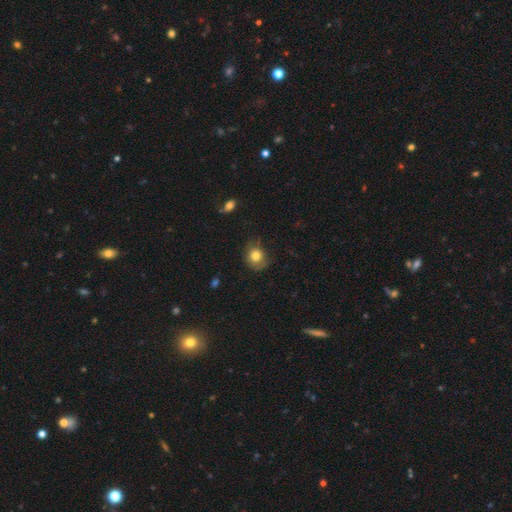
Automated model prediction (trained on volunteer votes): A smooth galaxy with no disk features (79%) that is round (72%). Merging: none (64%).